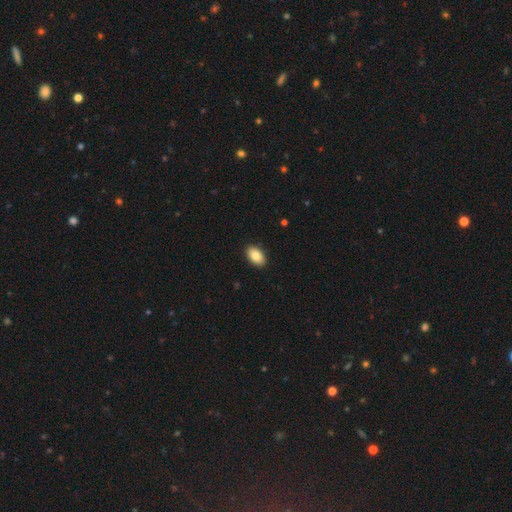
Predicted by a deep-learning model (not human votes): This appears to be a smooth galaxy with no disk features (86%) that is in between round and cigar-shaped (92%). Merging: none (90%).